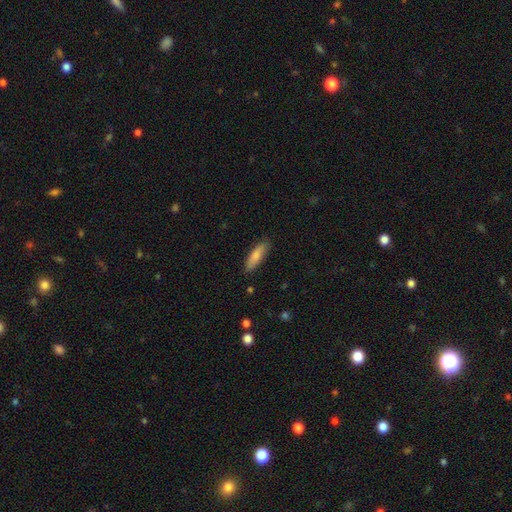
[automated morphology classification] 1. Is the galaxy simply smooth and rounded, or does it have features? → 82% smooth, 12% featured or disk, 6% star or artifact.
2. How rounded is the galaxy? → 62% cigar-shaped, 37% in between, 2% round.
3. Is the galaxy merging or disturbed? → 84% none, 13% minor disturbance, 2% major disturbance, 1% merger.